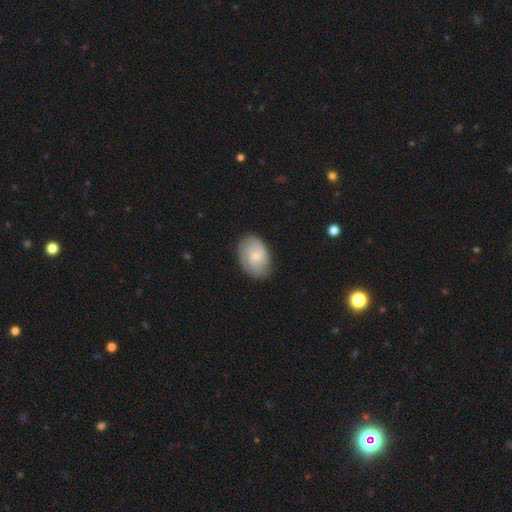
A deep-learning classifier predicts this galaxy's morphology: Smooth or featured?
  - featured or disk: 61% *
  - smooth: 32%
  - star or artifact: 6%
Edge-on disk?
  - no: 97% *
  - yes: 3%
Bar?
  - no: 66% *
  - weak: 30%
  - strong: 4%
Spiral arms?
  - yes: 90% *
  - no: 10%
Spiral winding?
  - tight: 53% *
  - medium: 36%
  - loose: 11%
Spiral arm count?
  - 2: 32% *
  - can't tell: 31%
  - 3: 23%
  - 4: 6%
  - 1: 5%
  - more than 4: 4%
Bulge size?
  - small: 66% *
  - moderate: 27%
  - none: 4%
  - large: 2%
  - dominant: 1%
Merging?
  - none: 76% *
  - minor disturbance: 18%
  - major disturbance: 5%
  - merger: 1%